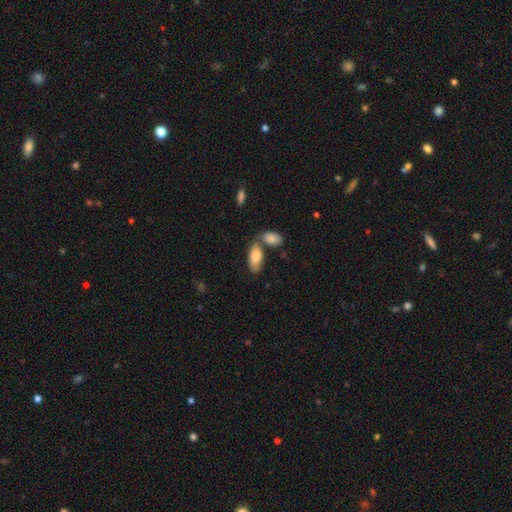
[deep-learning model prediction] Morphology: type=smooth (82%); roundness=in between (88%); merging=none (48%).